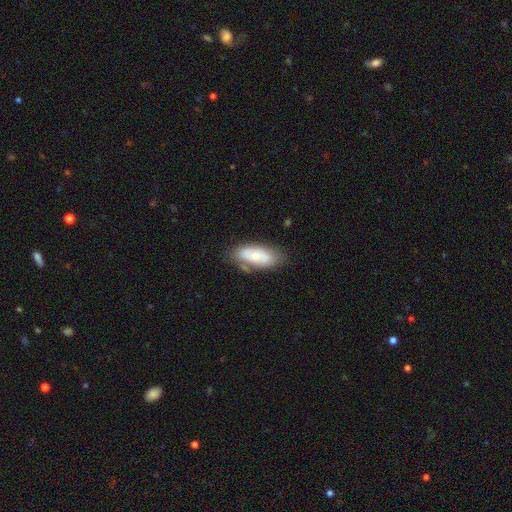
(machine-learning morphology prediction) Smooth or featured? Predicted: smooth (p=0.63). How rounded? Predicted: in between (p=0.85). Merging? Predicted: none (p=0.64).